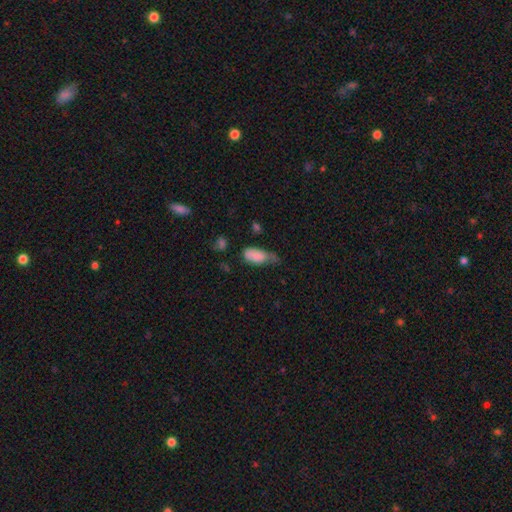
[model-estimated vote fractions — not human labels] This is clearly a smooth galaxy (81%). How rounded: clearly in between (86%). Merging: marginally minor disturbance (45%).